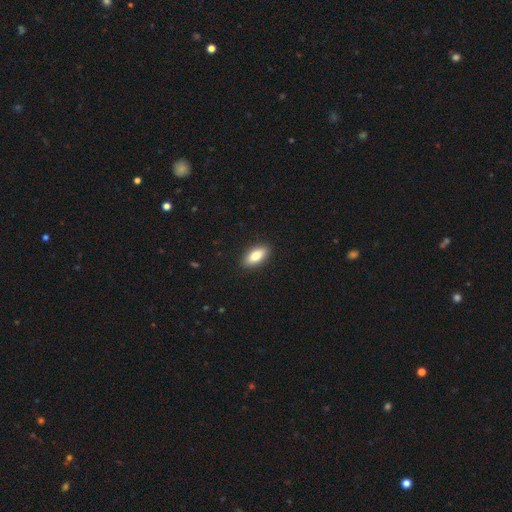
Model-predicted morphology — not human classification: Smooth or featured? Predicted: smooth (p=0.84). How rounded? Predicted: in between (p=0.85). Merging? Predicted: none (p=0.90).